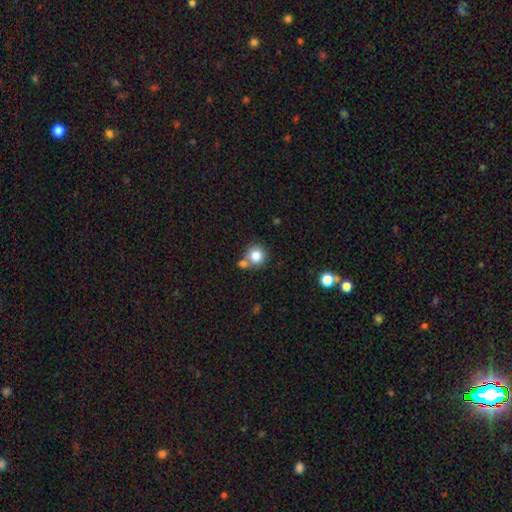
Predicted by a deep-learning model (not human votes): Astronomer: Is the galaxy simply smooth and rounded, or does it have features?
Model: smooth — 83%.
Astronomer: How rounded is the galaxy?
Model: round — 91%.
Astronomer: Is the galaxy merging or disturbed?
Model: none — 61%.